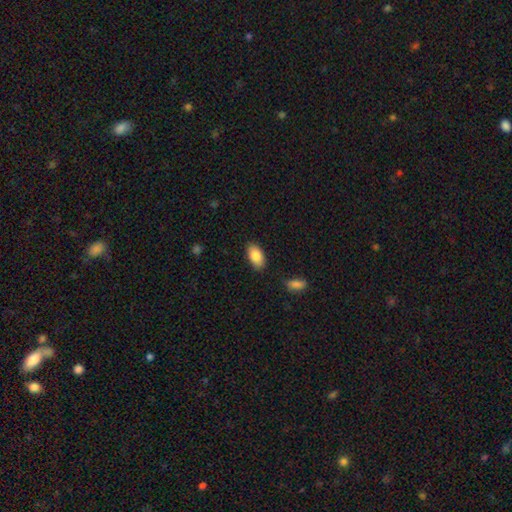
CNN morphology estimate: This is clearly a smooth galaxy (86%). How rounded: clearly in between (94%). Merging: clearly none (85%).